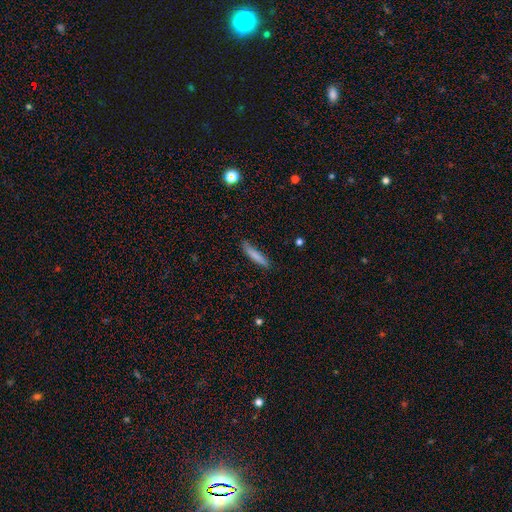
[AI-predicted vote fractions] smooth_or_featured: smooth (p=0.80) [alt: featured or disk p=0.14]
how_rounded: cigar-shaped (p=0.87) [alt: in between p=0.12]
merging: none (p=0.78) [alt: minor disturbance p=0.17]